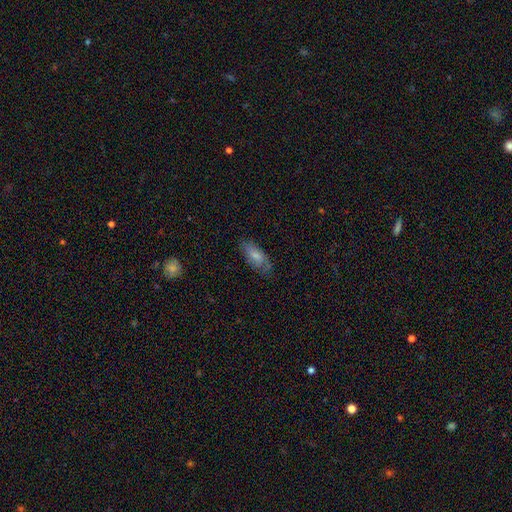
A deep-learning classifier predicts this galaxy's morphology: Smooth or featured? smooth (72%)
How rounded? in between (80%)
Merging? none (68%)